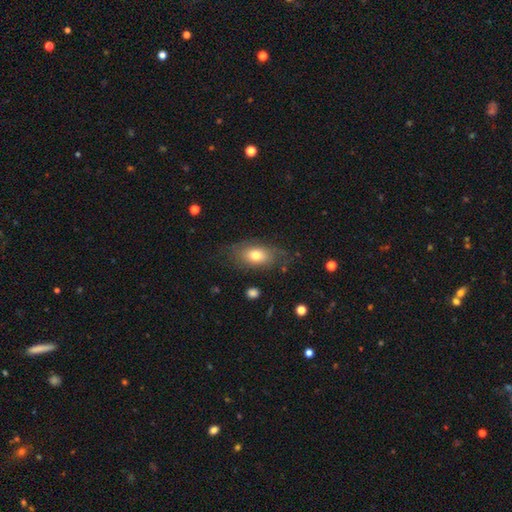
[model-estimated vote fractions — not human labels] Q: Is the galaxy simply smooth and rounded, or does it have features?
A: smooth — 68%.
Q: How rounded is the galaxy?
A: in between — 86%.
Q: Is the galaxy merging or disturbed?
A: none — 69%.